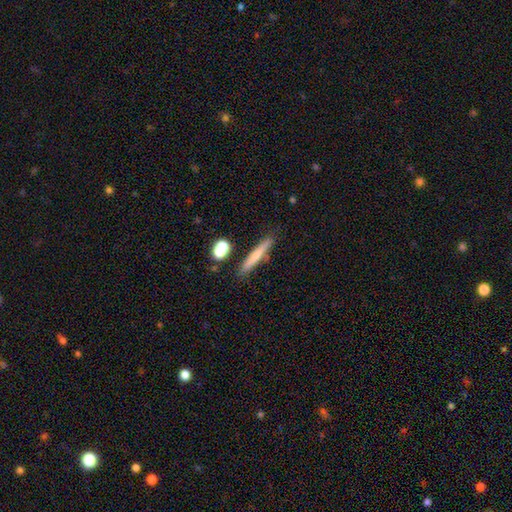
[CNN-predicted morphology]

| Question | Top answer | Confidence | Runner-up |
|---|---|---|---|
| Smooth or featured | smooth | 63% | featured or disk (29%) |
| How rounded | cigar-shaped | 91% | in between (6%) |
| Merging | none | 81% | minor disturbance (11%) |